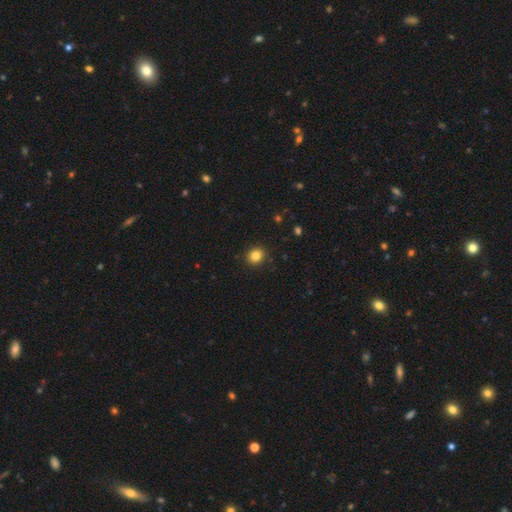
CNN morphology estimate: This is clearly a smooth galaxy (84%). How rounded: clearly round (81%). Merging: clearly none (91%).